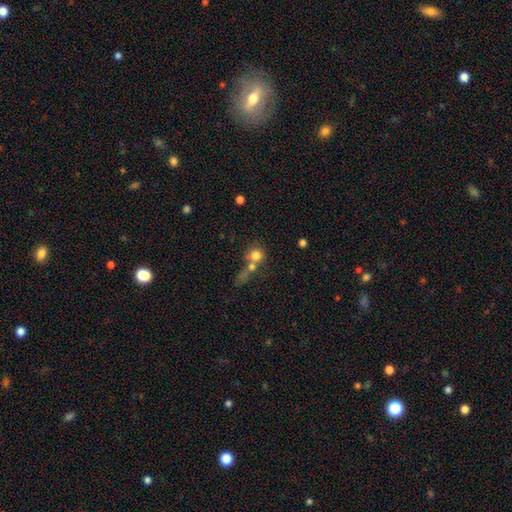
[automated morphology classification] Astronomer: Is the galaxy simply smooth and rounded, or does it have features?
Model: smooth — 75%.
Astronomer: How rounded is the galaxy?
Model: round — 86%.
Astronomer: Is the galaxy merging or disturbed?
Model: merger — 46% (runner-up: none, 38%).